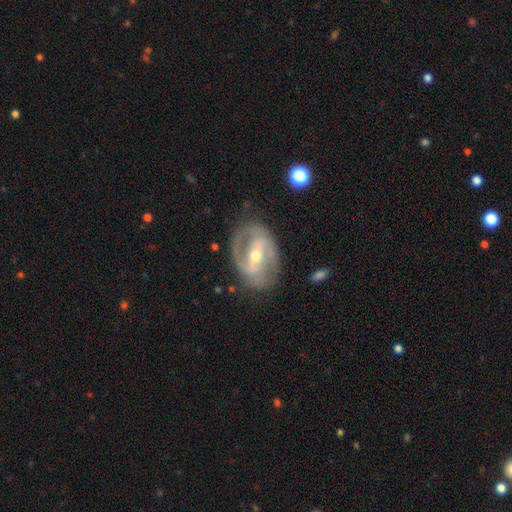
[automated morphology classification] Smooth or featured: featured or disk — 86% (smooth — 9%)
Edge-on disk: no — 95% (yes — 5%)
Bar: strong — 52% (weak — 33%)
Spiral arms: yes — 87% (no — 13%)
Spiral winding: medium — 47% (tight — 34%)
Spiral arm count: 2 — 80% (can't tell — 9%)
Bulge size: moderate — 53% (small — 44%)
Merging: none — 73% (minor disturbance — 17%)